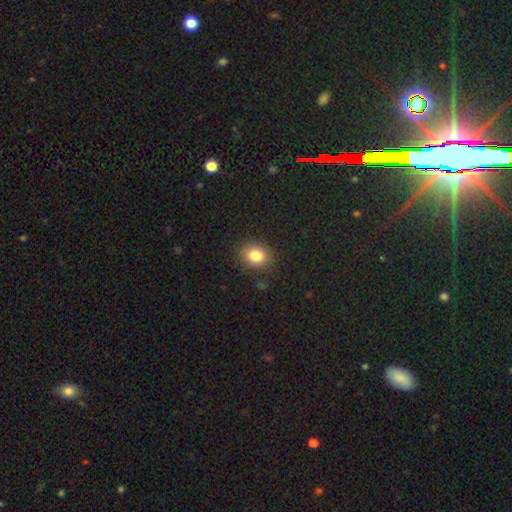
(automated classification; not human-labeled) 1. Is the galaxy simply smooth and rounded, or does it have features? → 83% smooth, 11% star or artifact, 6% featured or disk.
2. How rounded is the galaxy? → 61% round, 38% in between, 1% cigar-shaped.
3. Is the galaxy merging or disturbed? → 87% none, 9% minor disturbance, 3% major disturbance, 1% merger.